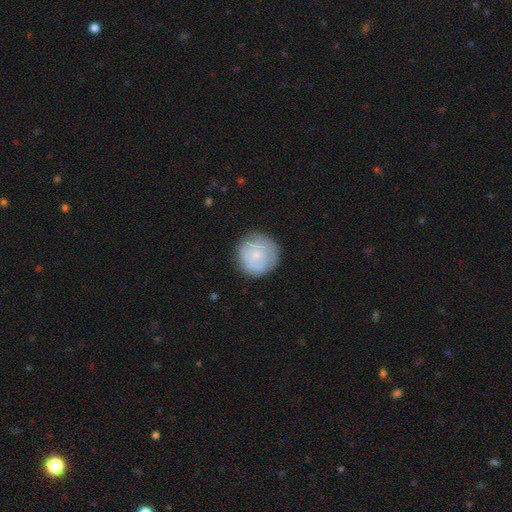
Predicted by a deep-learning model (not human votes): A smooth galaxy with no disk features (57%) that is round (94%).

Vote fractions:
- Smooth or featured? smooth: 57% / featured or disk: 36% / star or artifact: 7%
- How rounded? round: 94% / in between: 5% / cigar-shaped: 1%
- Merging? none: 79% / minor disturbance: 15% / major disturbance: 5% / merger: 1%